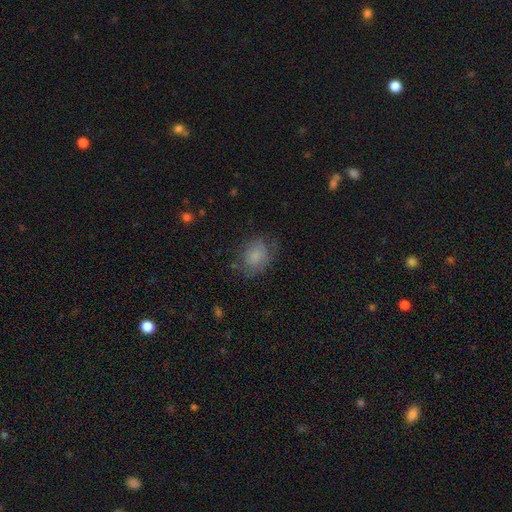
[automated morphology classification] Overall: smooth (76%). How rounded: in between (63%; round 35%). Merging: none (65%).